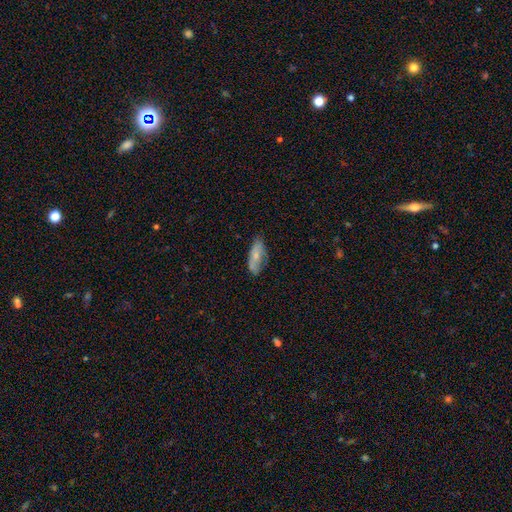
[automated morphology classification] Smooth or featured: smooth — 66% (featured or disk — 28%)
How rounded: in between — 78% (cigar-shaped — 19%)
Merging: none — 68% (minor disturbance — 25%)